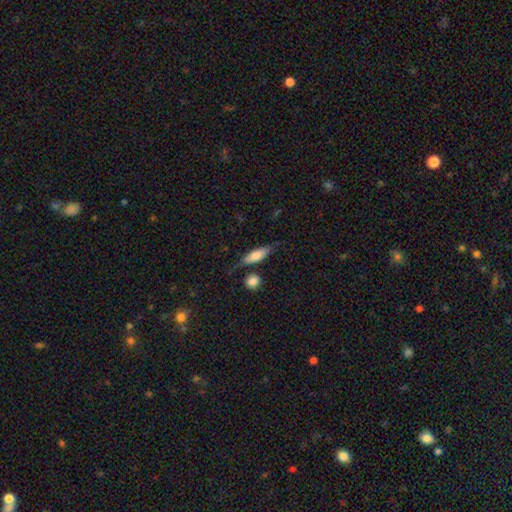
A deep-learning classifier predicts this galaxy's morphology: This appears to be a smooth galaxy with no disk features (66%) that is in between round and cigar-shaped (49%). Merging: none (70%).